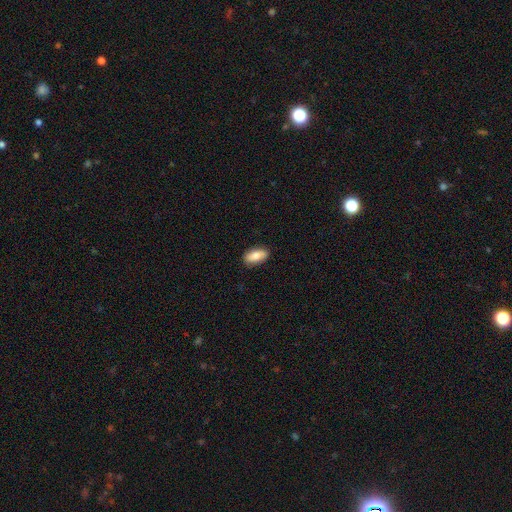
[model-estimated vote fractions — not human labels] Smooth or featured? Predicted: smooth (p=0.79). How rounded? Predicted: in between (p=0.89). Merging? Predicted: none (p=0.87).